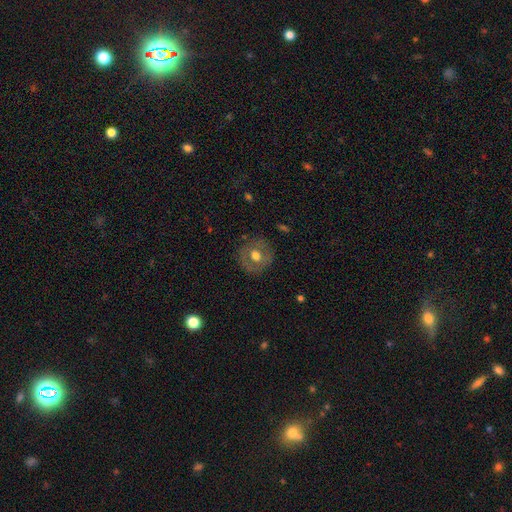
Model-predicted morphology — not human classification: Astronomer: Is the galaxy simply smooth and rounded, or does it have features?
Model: smooth — 50% (runner-up: featured or disk, 42%).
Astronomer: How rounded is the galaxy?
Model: round — 88%.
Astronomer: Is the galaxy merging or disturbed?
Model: none — 82%.